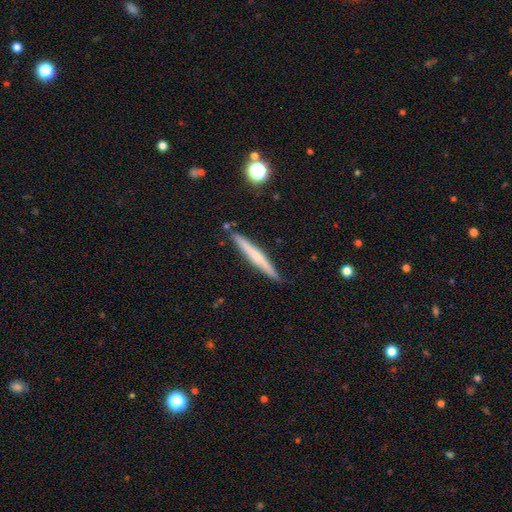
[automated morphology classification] A smooth galaxy with no disk features (51%) that is cigar-shaped (96%).

Vote fractions:
- Smooth or featured? smooth: 51% / featured or disk: 43% / star or artifact: 6%
- How rounded? cigar-shaped: 96% / in between: 2% / round: 1%
- Merging? none: 88% / minor disturbance: 9% / merger: 2% / major disturbance: 2%